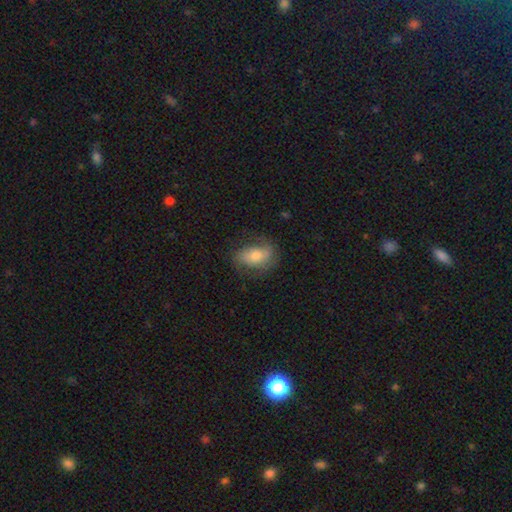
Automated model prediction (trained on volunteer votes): Overall: smooth (55%; featured or disk 37%). How rounded: in between (81%). Merging: none (68%).